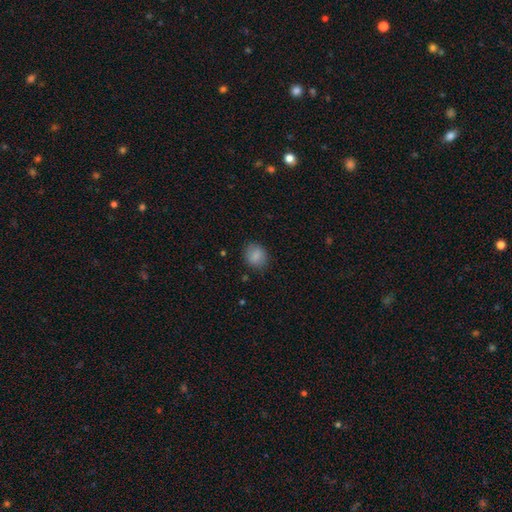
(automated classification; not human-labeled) Smooth or featured? Predicted: smooth (p=0.85). How rounded? Predicted: round (p=0.60). Merging? Predicted: none (p=0.82).